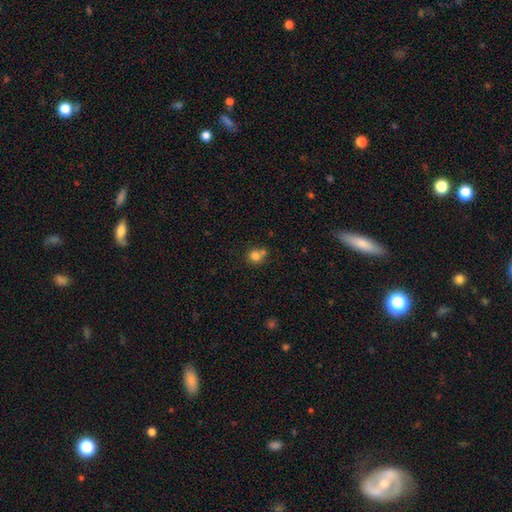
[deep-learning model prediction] Overall: smooth (79%). How rounded: round (85%). Merging: none (50%; merger 37%).